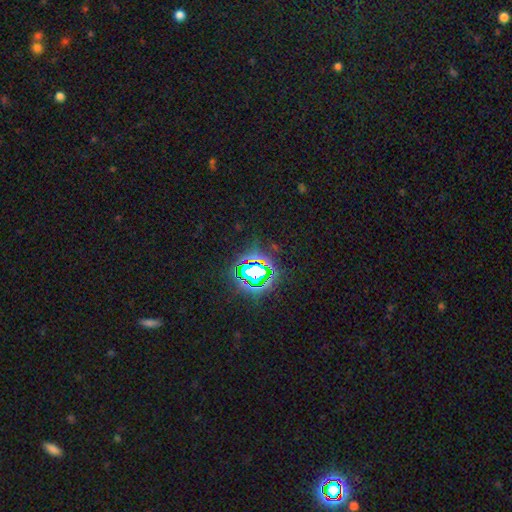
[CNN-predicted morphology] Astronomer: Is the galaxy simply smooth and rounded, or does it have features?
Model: star or artifact — 81%.